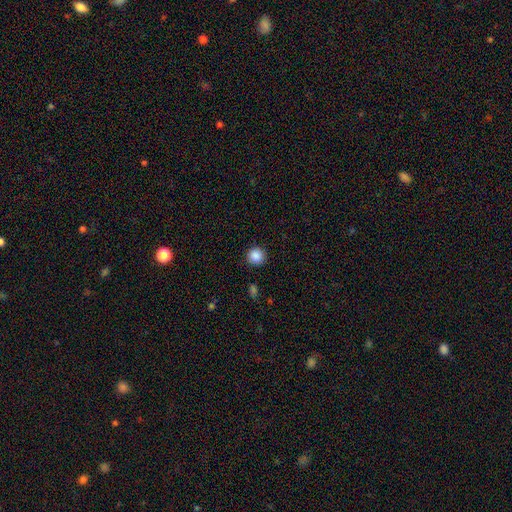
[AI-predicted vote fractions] Smooth or featured? Predicted: smooth (p=0.87). How rounded? Predicted: round (p=0.94). Merging? Predicted: none (p=0.91).